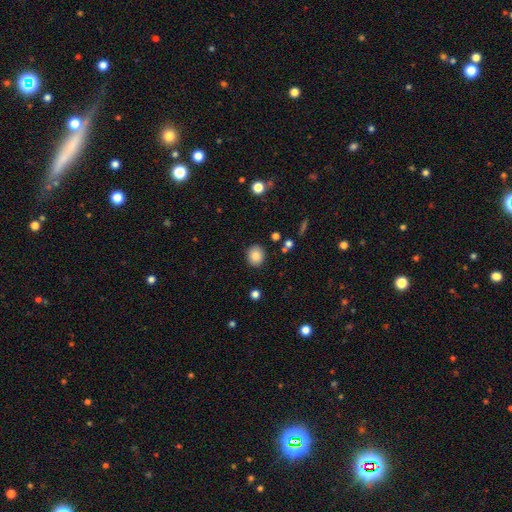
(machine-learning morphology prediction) type=smooth (85%); roundness=round (72%); merging=none (88%).